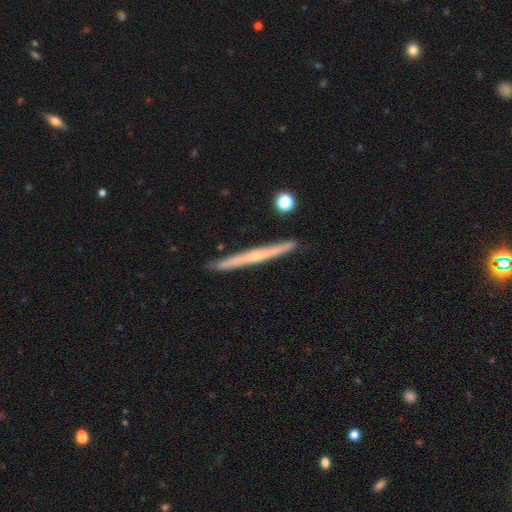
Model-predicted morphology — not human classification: A featured or disk galaxy (67%) viewed edge-on (97%) with a rounded central bulge (51%).

Vote fractions:
- Smooth or featured? featured or disk: 67% / smooth: 27% / star or artifact: 6%
- Edge-on disk? yes: 97% / no: 3%
- Edge-on bulge? rounded: 51% / none: 45% / boxy: 3%
- Merging? none: 90% / minor disturbance: 7% / merger: 2% / major disturbance: 1%